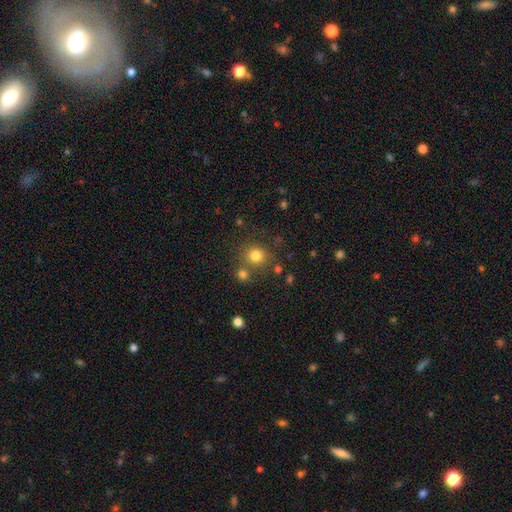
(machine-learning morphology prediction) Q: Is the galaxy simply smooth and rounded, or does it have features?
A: smooth — 79%.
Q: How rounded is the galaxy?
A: round — 89%.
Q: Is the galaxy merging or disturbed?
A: none — 73%.